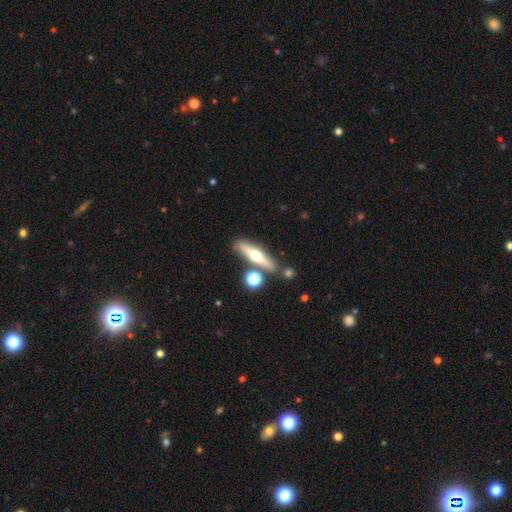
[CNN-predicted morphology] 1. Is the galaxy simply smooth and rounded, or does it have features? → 54% featured or disk, 39% smooth, 7% star or artifact.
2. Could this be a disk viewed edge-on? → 90% yes, 10% no.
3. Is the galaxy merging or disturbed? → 77% none, 10% minor disturbance, 10% merger, 3% major disturbance.